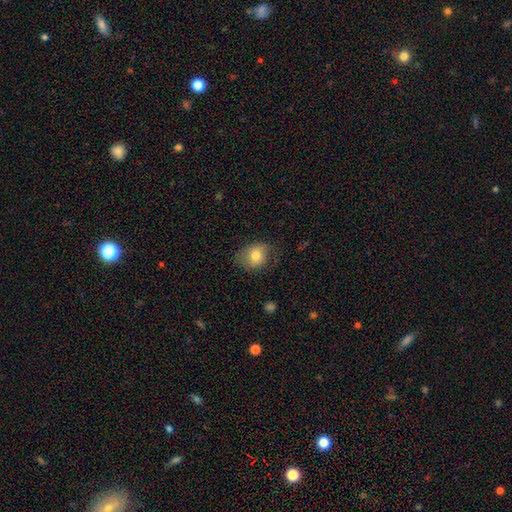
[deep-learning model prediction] Overall: smooth (77%). How rounded: in between (52%; round 47%). Merging: none (69%).